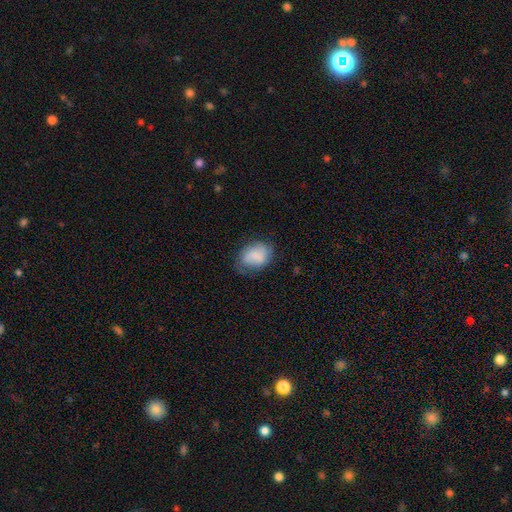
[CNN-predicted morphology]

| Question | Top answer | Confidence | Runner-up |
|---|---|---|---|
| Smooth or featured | smooth | 75% | featured or disk (17%) |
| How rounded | in between | 73% | round (25%) |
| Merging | none | 60% | minor disturbance (27%) |